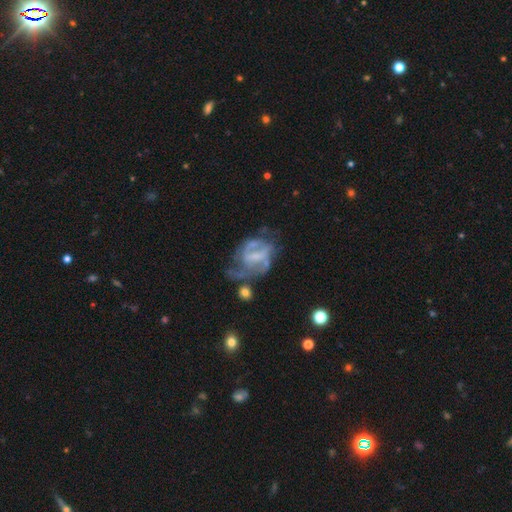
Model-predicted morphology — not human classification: This appears to be a featured or disk galaxy (76%) with a weak bar (46%), 2 (42%) medium (43%) spiral arms (71%) and no central bulge (37%). Merging: major disturbance (34%, tied with none).